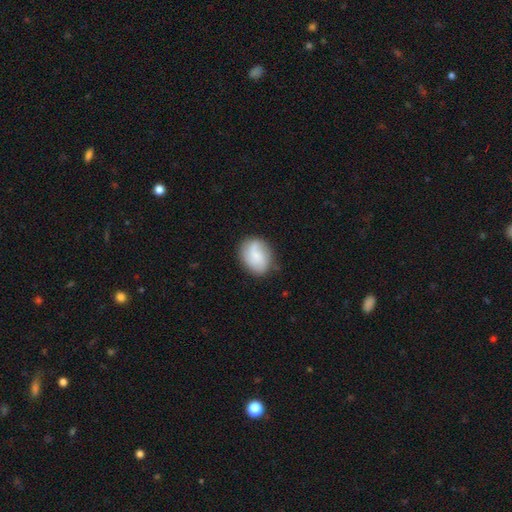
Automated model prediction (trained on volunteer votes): Smooth or featured?
  - smooth: 62% *
  - featured or disk: 30%
  - star or artifact: 8%
How rounded?
  - in between: 60% *
  - round: 39%
  - cigar-shaped: 1%
Merging?
  - none: 70% *
  - minor disturbance: 21%
  - major disturbance: 7%
  - merger: 2%